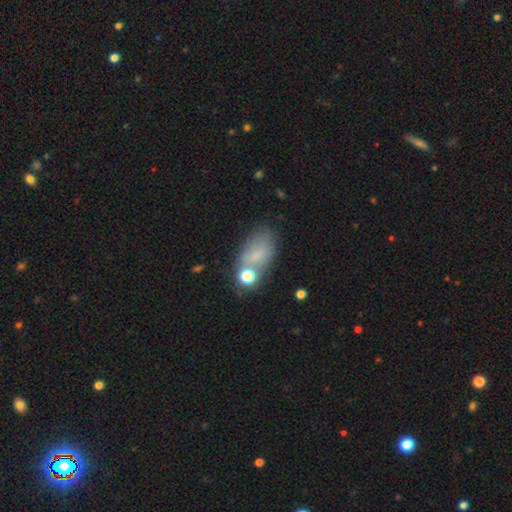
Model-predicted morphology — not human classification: A smooth galaxy with no disk features (67%) that is in between round and cigar-shaped (88%). Merging: none (48%).